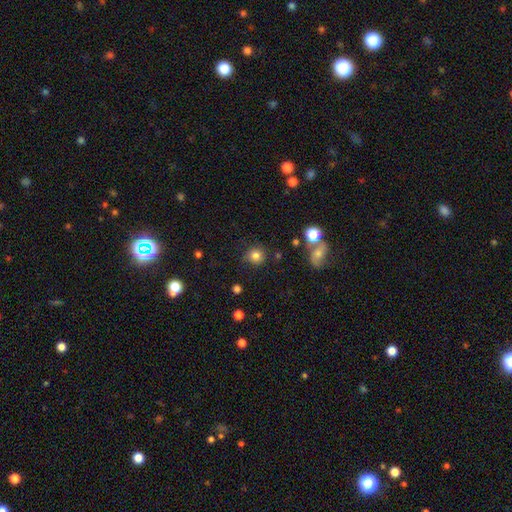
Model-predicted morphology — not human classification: Q: Smooth or featured?
A: smooth (81%); runner-up: star or artifact (12%)
Q: How rounded?
A: round (91%); runner-up: in between (8%)
Q: Merging?
A: none (81%); runner-up: minor disturbance (12%)